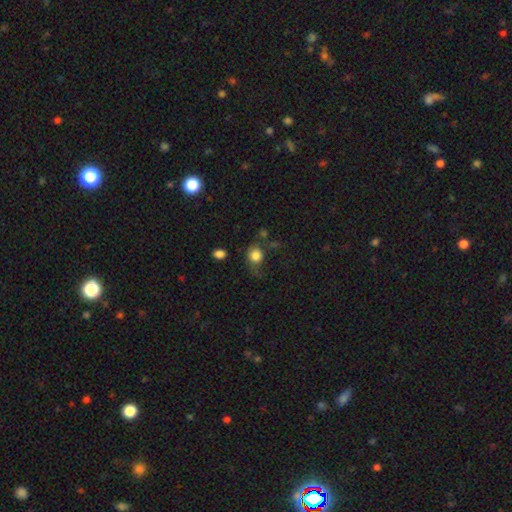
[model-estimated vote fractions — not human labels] This appears to be a smooth galaxy with no disk features (81%) that is round (72%). Merging: none (48%).